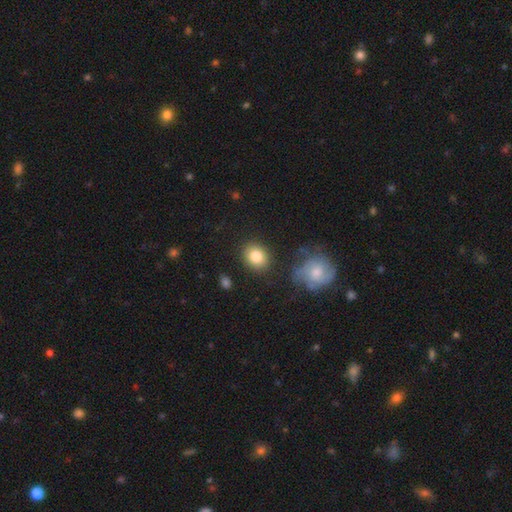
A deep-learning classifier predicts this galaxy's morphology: A smooth galaxy with no disk features (85%) that is round (59%).

Vote fractions:
- Smooth or featured? smooth: 85% / star or artifact: 8% / featured or disk: 8%
- How rounded? round: 59% / in between: 40% / cigar-shaped: 1%
- Merging? none: 85% / minor disturbance: 9% / merger: 3% / major disturbance: 3%